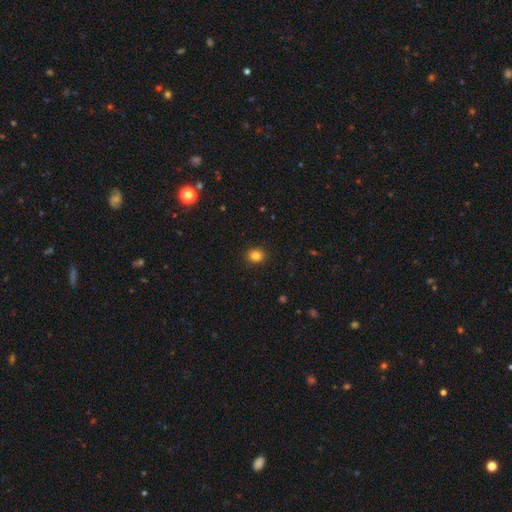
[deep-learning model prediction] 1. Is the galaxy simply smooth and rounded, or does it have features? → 83% smooth, 12% star or artifact, 5% featured or disk.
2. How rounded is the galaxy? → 78% round, 21% in between, 1% cigar-shaped.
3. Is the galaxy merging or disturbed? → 91% none, 6% minor disturbance, 2% major disturbance, 1% merger.